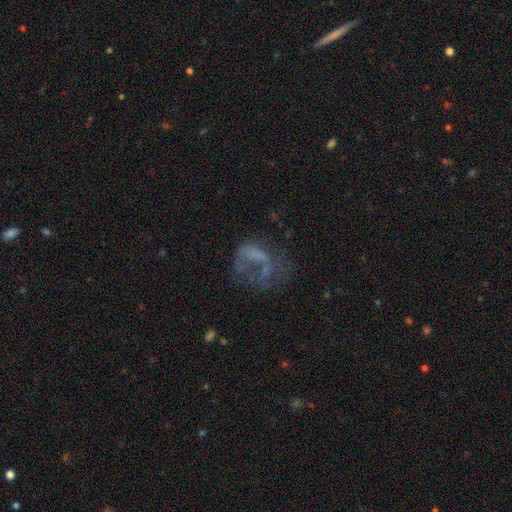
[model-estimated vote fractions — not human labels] smooth-or-featured: featured or disk: 47% | smooth: 34% | star or artifact: 19%
  merging: major disturbance: 47% | none: 30% | minor disturbance: 15% | merger: 8%